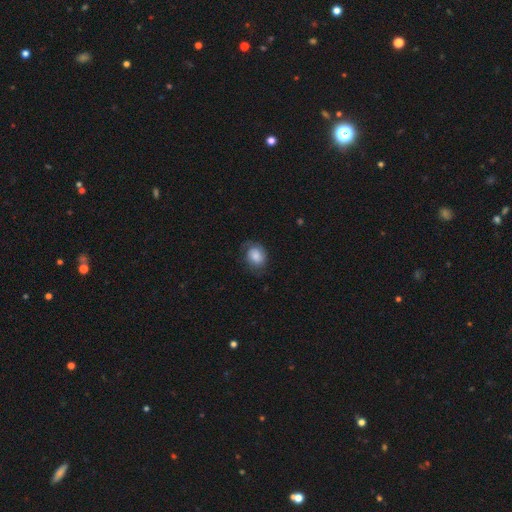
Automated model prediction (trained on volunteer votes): This is likely a smooth galaxy (68%). How rounded: possibly in between (52%). Merging: likely none (61%).